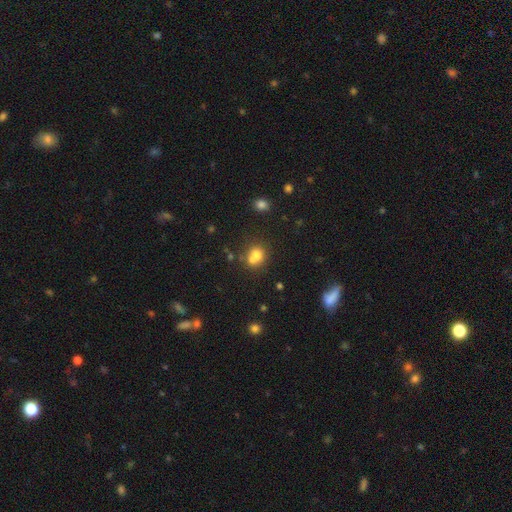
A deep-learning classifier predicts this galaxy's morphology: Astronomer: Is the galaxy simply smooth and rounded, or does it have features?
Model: smooth — 71%.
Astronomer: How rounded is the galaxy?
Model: round — 74%.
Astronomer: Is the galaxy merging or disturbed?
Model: merger — 47% (runner-up: none, 39%).